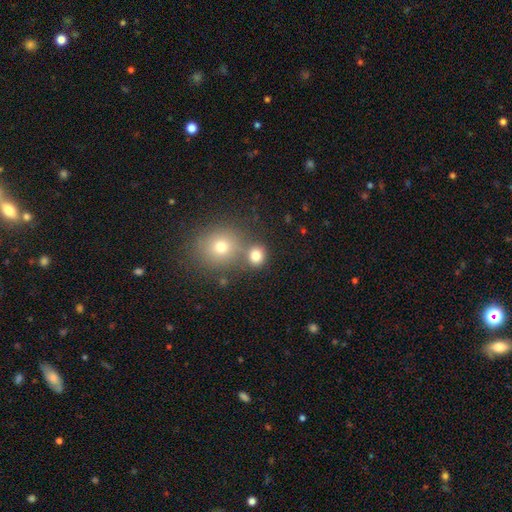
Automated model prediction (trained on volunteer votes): A smooth galaxy with no disk features (79%) that is round (82%).

Vote fractions:
- Smooth or featured? smooth: 79% / star or artifact: 13% / featured or disk: 7%
- How rounded? round: 82% / in between: 17% / cigar-shaped: 1%
- Merging? none: 61% / merger: 27% / minor disturbance: 8% / major disturbance: 4%